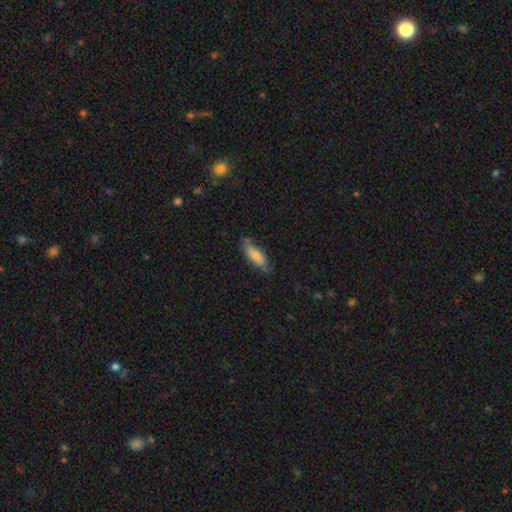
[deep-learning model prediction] Morphology: type=smooth (79%); roundness=in between (63%); merging=none (65%).